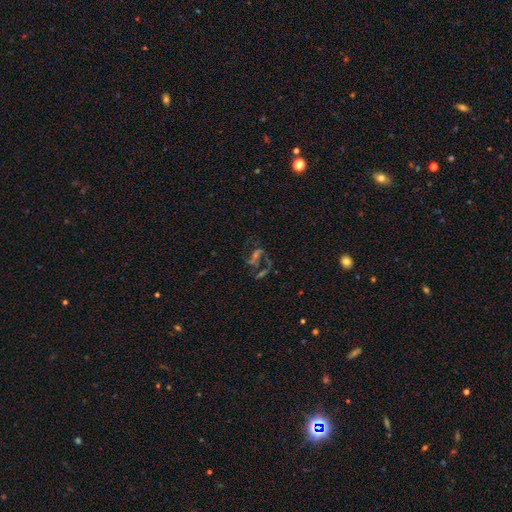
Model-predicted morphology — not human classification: Smooth or featured?
  - featured or disk: 53% *
  - star or artifact: 31%
  - smooth: 16%
Edge-on disk?
  - no: 93% *
  - yes: 7%
Merging?
  - none: 44% *
  - major disturbance: 26%
  - merger: 16%
  - minor disturbance: 14%